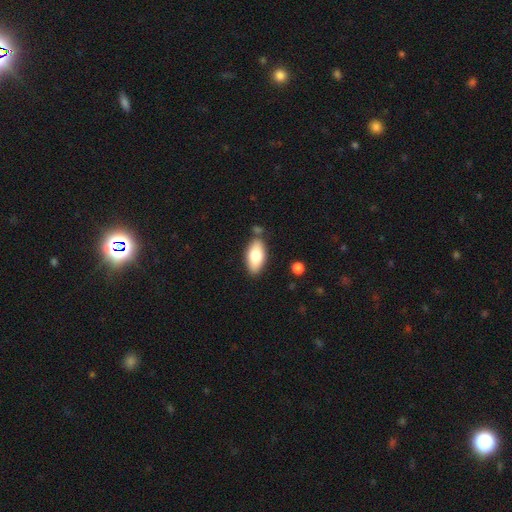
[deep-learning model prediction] This appears to be a smooth galaxy with no disk features (77%) that is in between round and cigar-shaped (89%). Merging: none (78%).